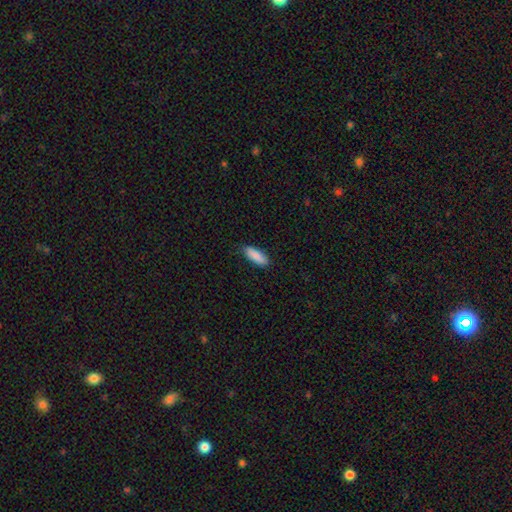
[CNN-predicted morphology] Q: Smooth or featured?
A: smooth (88%); runner-up: featured or disk (6%)
Q: How rounded?
A: in between (61%); runner-up: cigar-shaped (38%)
Q: Merging?
A: none (87%); runner-up: minor disturbance (10%)